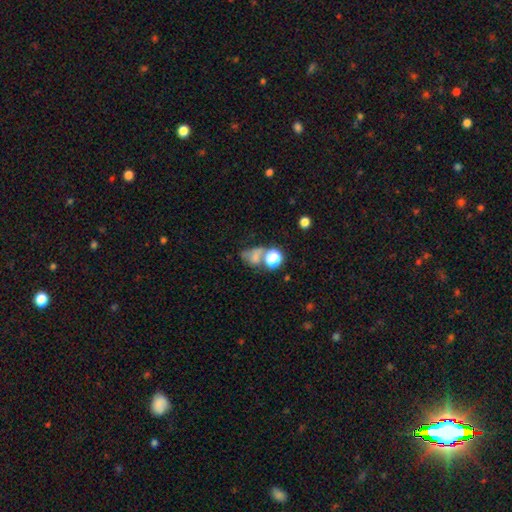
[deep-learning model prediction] A smooth galaxy with no disk features (60%) that is round (51%). Merging: merger (39%).